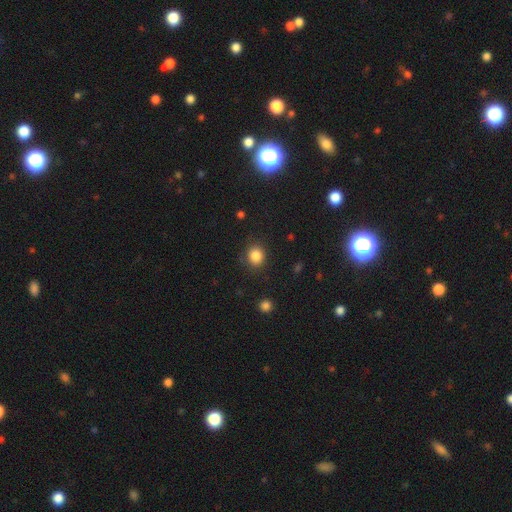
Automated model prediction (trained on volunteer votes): A smooth galaxy with no disk features (85%) that is round (83%). Merging: none (85%).